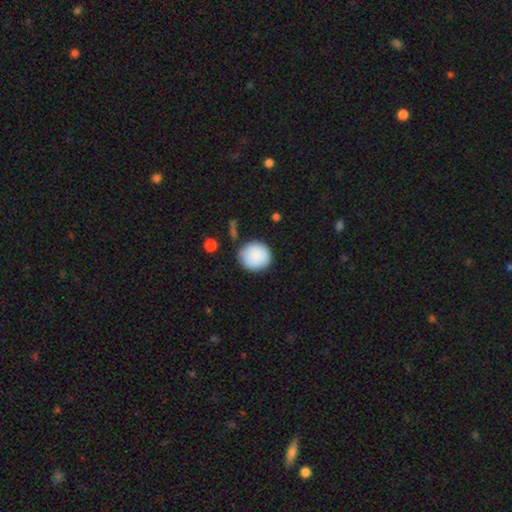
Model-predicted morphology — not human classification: smooth-or-featured: smooth: 88% | star or artifact: 7% | featured or disk: 5%
  how-rounded: round: 91% | in between: 8% | cigar-shaped: 1%
  merging: none: 81% | minor disturbance: 13% | major disturbance: 3% | merger: 3%